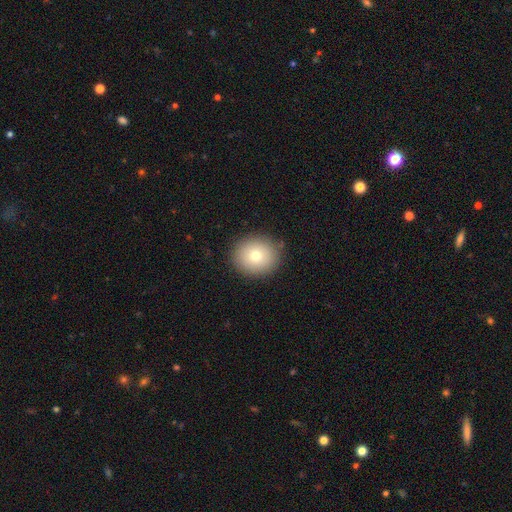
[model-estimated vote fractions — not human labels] The model was most divided on "smooth or featured": smooth: 75%, featured or disk: 14%, star or artifact: 11%. More confident: merging — none (88%); how rounded — round (84%).